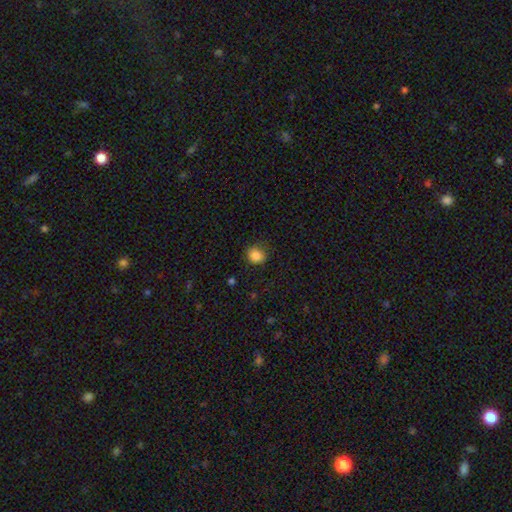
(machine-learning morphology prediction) Smooth or featured? Predicted: smooth (p=0.85). How rounded? Predicted: round (p=0.79). Merging? Predicted: none (p=0.77).